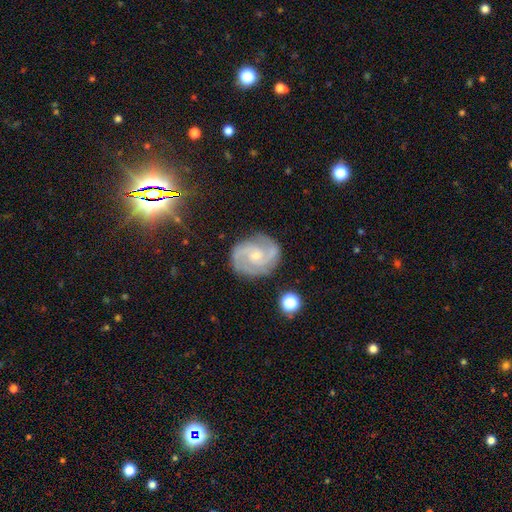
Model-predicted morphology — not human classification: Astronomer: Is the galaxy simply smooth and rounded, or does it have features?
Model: featured or disk — 87%.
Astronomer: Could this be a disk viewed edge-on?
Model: no — 98%.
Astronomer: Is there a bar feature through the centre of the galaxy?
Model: no — 56% (runner-up: weak, 36%).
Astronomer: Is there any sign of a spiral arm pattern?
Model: yes — 97%.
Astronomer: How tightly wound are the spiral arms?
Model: medium — 46% (runner-up: tight, 45%).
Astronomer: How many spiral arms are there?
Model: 2 — 69%.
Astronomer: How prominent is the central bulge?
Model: small — 63%.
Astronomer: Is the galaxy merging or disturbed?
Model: none — 80%.